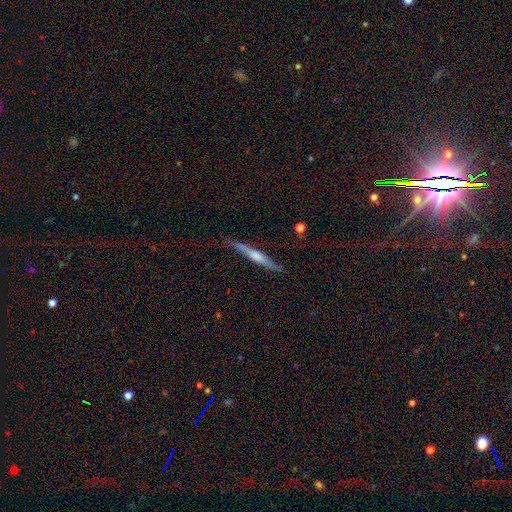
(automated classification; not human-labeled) A featured or disk galaxy (59%) viewed edge-on (94%) with a rounded central bulge (43%).

Vote fractions:
- Smooth or featured? featured or disk: 59% / smooth: 34% / star or artifact: 6%
- Edge-on disk? yes: 94% / no: 6%
- Edge-on bulge? rounded: 43% / boxy: 29% / none: 28%
- Merging? none: 72% / minor disturbance: 20% / major disturbance: 5% / merger: 2%